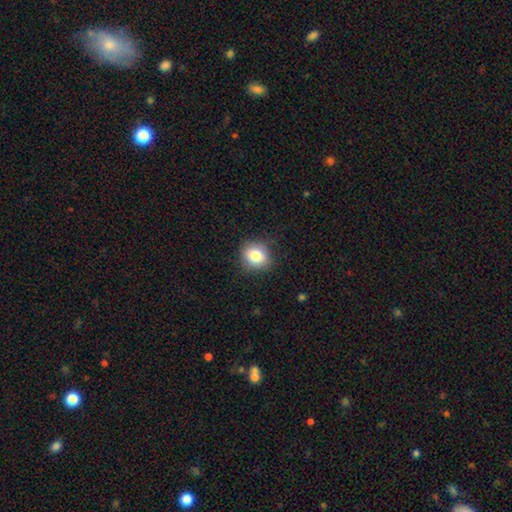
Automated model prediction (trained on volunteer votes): Overall: smooth (82%). How rounded: round (80%). Merging: none (85%).